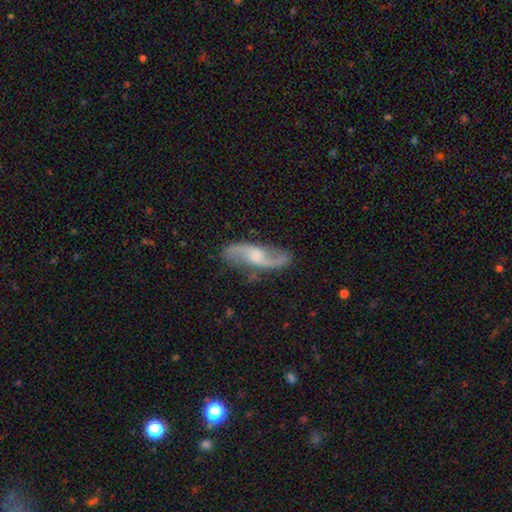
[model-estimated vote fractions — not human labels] featured or disk 84%, smooth 11%, star or artifact 5%. Down the decision tree: edge-on disk — no (91%); bar — no (47%); spiral arms — yes (96%); spiral arm count — 2 (92%); spiral winding — loose (64%); bulge size — moderate (45%); merging — none (78%).